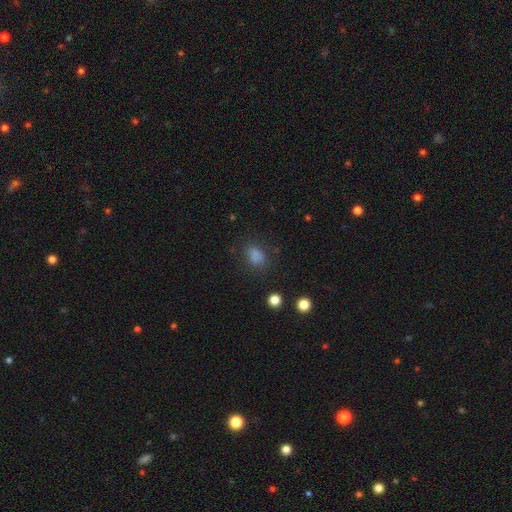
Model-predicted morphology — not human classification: Smooth or featured?
  - smooth: 76% *
  - star or artifact: 16%
  - featured or disk: 8%
How rounded?
  - in between: 66% *
  - round: 33%
  - cigar-shaped: 2%
Merging?
  - none: 67% *
  - minor disturbance: 19%
  - major disturbance: 10%
  - merger: 4%